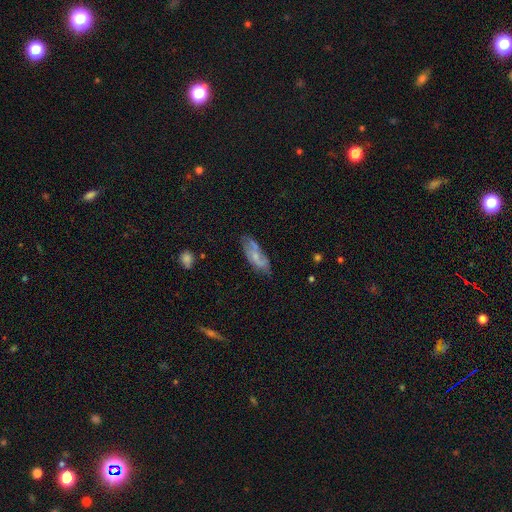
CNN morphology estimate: Smooth or featured? featured or disk (53%)
Edge-on disk? no (83%)
Merging? none (60%)